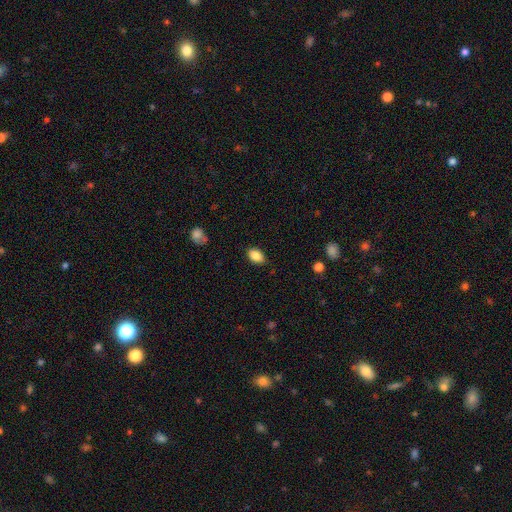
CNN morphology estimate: The model was most divided on "merging": none: 84%, minor disturbance: 12%, major disturbance: 3%, merger: 1%. More confident: how rounded — in between (88%); smooth or featured — smooth (87%).